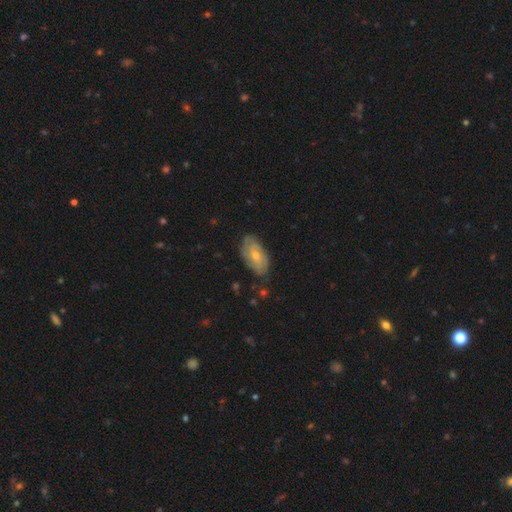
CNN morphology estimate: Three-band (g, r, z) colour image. It shows a featured or disk galaxy (52%). Merging: none (75%).